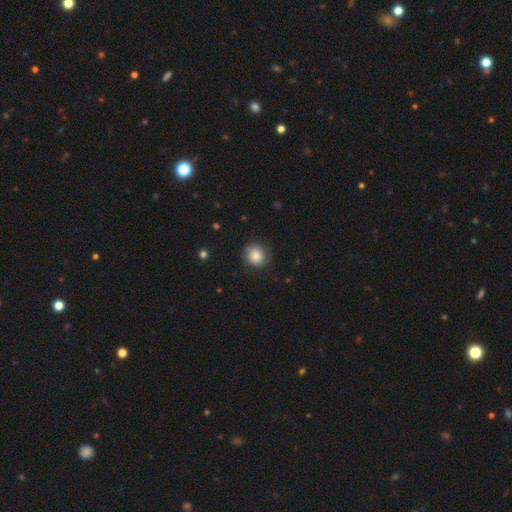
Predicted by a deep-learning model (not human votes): smooth_or_featured: smooth (p=0.82) [alt: featured or disk p=0.10]
how_rounded: round (p=0.80) [alt: in between p=0.19]
merging: none (p=0.82) [alt: minor disturbance p=0.13]